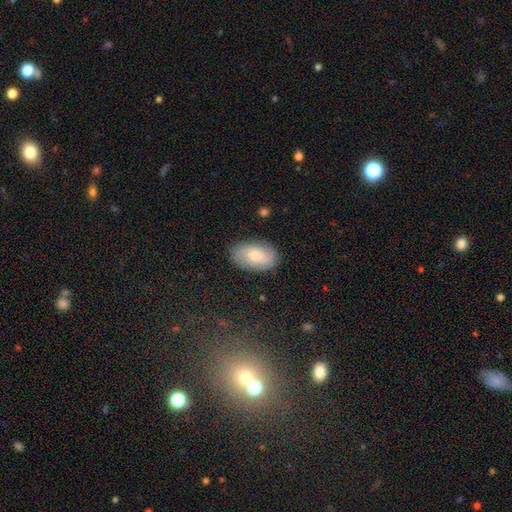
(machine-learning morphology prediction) type=smooth (56%); roundness=in between (92%); merging=none (82%).